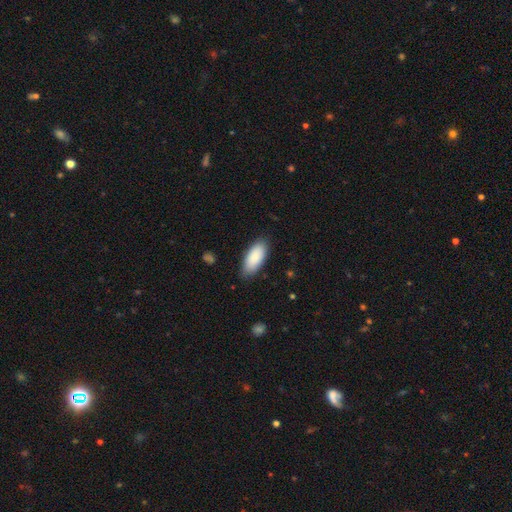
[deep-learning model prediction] Overall: smooth (89%). How rounded: in between (88%). Merging: none (84%).